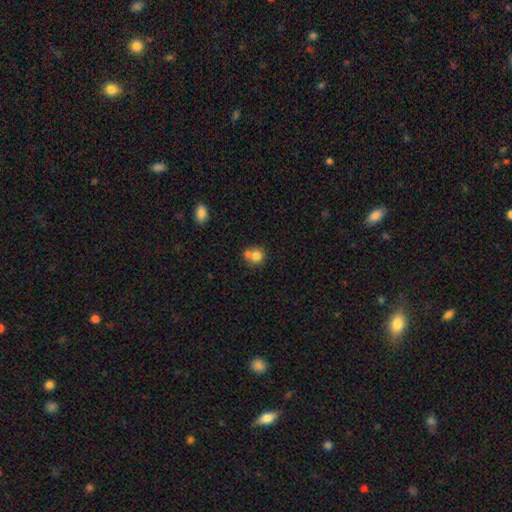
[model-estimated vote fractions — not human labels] smooth-or-featured: smooth: 78% | featured or disk: 12% | star or artifact: 10%
  how-rounded: round: 82% | in between: 17% | cigar-shaped: 1%
  merging: merger: 45% | none: 42% | minor disturbance: 10% | major disturbance: 4%